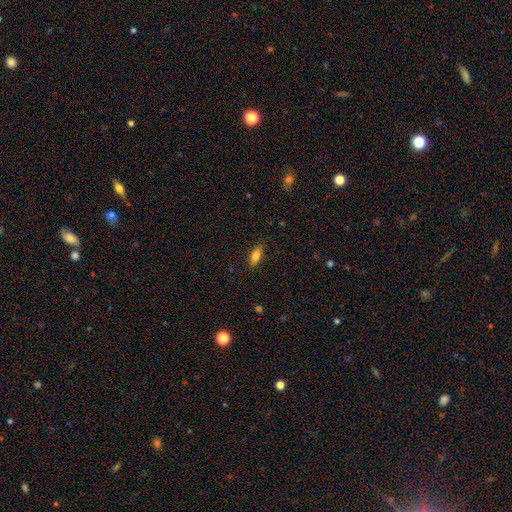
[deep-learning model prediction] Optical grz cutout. It shows a smooth galaxy with no disk features (76%) that is in between round and cigar-shaped (75%). Merging: none (84%).